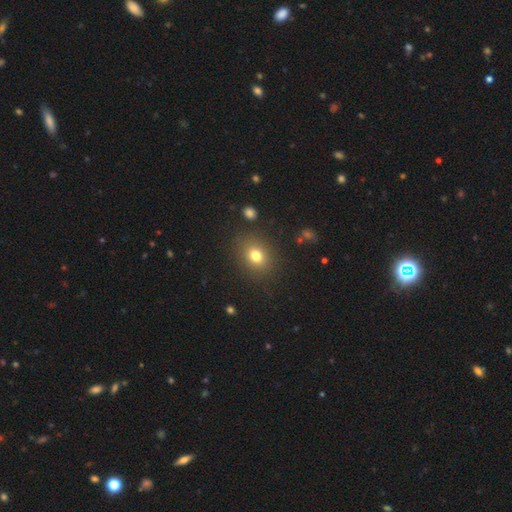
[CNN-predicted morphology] A smooth galaxy with no disk features (77%) that is round (52%). Merging: none (85%).